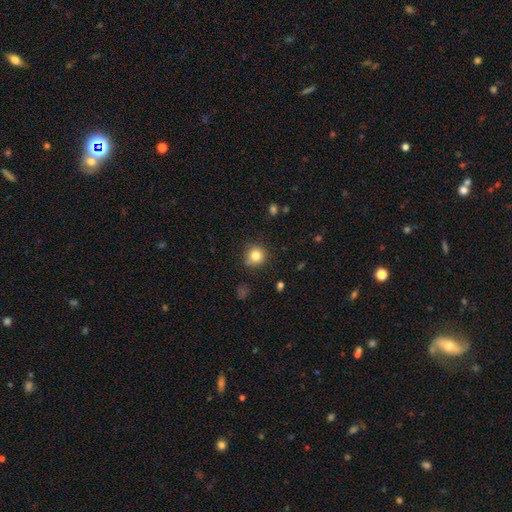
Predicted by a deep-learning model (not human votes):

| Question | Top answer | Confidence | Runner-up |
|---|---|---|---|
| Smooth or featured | smooth | 82% | star or artifact (12%) |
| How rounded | round | 91% | in between (8%) |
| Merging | none | 79% | minor disturbance (15%) |